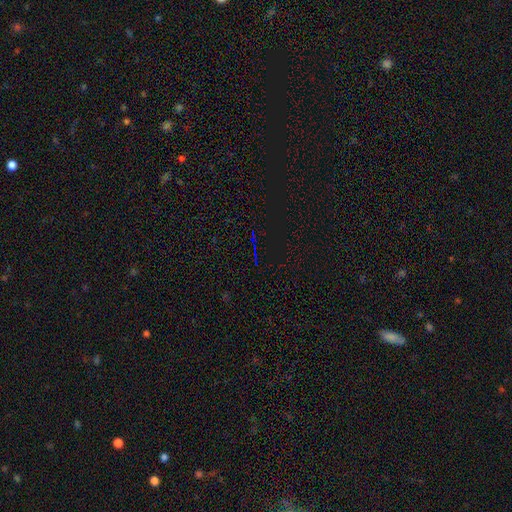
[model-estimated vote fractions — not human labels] A star or artifact, not a galaxy (77%).

Vote fractions:
- Smooth or featured? star or artifact: 77% / smooth: 12% / featured or disk: 11%